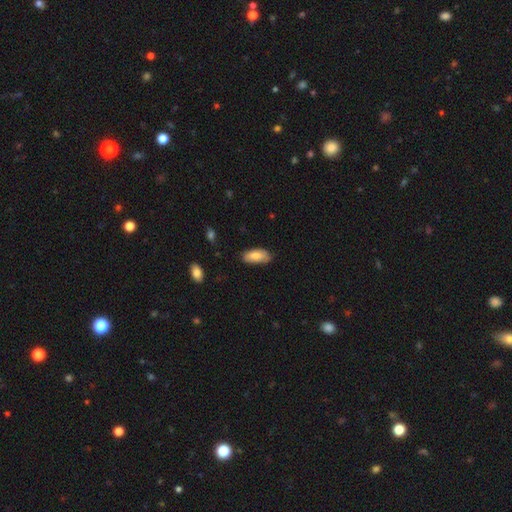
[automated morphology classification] Q: Smooth or featured?
A: smooth (80%); runner-up: featured or disk (14%)
Q: How rounded?
A: in between (87%); runner-up: cigar-shaped (11%)
Q: Merging?
A: none (73%); runner-up: minor disturbance (22%)